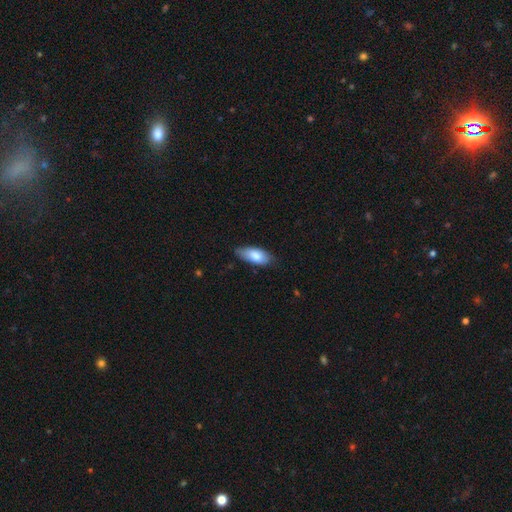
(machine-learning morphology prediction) Smooth or featured: smooth — 80% (featured or disk — 14%)
How rounded: in between — 87% (cigar-shaped — 11%)
Merging: none — 72% (minor disturbance — 24%)